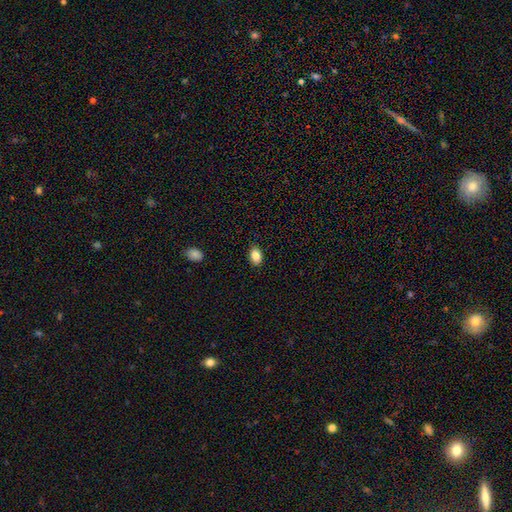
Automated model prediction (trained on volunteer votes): Smooth or featured? smooth (87%)
How rounded? in between (85%)
Merging? none (88%)